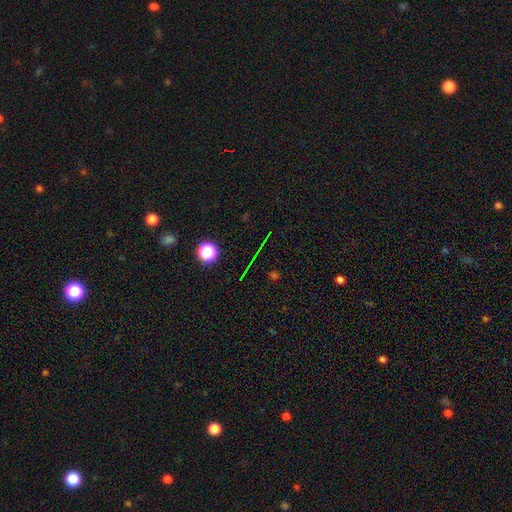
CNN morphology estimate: smooth-or-featured: star or artifact: 70% | smooth: 16% | featured or disk: 14%